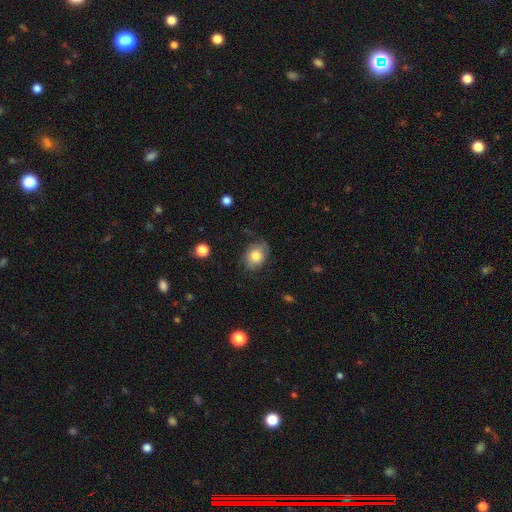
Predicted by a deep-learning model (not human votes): This appears to be a smooth galaxy with no disk features (79%) that is in between round and cigar-shaped (65%). Merging: none (72%).